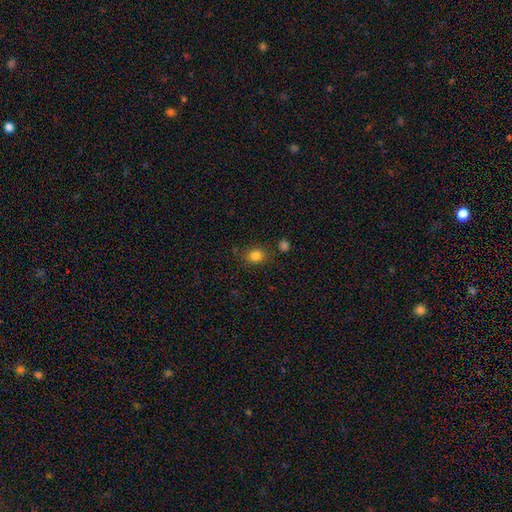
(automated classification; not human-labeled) Smooth or featured? Predicted: smooth (p=0.82). How rounded? Predicted: round (p=0.66). Merging? Predicted: none (p=0.80).